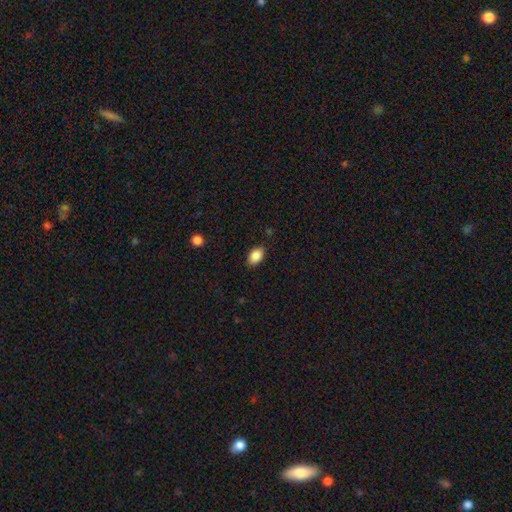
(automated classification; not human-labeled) smooth_or_featured: smooth (p=0.87) [alt: star or artifact p=0.08]
how_rounded: in between (p=0.85) [alt: round p=0.13]
merging: none (p=0.84) [alt: minor disturbance p=0.12]